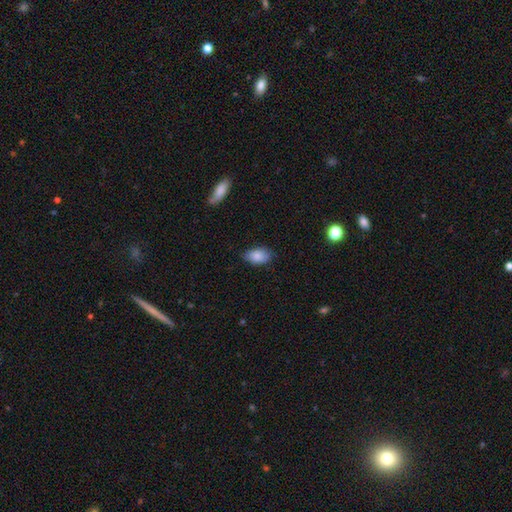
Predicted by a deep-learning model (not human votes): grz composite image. It shows a smooth galaxy with no disk features (85%) that is in between round and cigar-shaped (92%). Merging: none (76%).